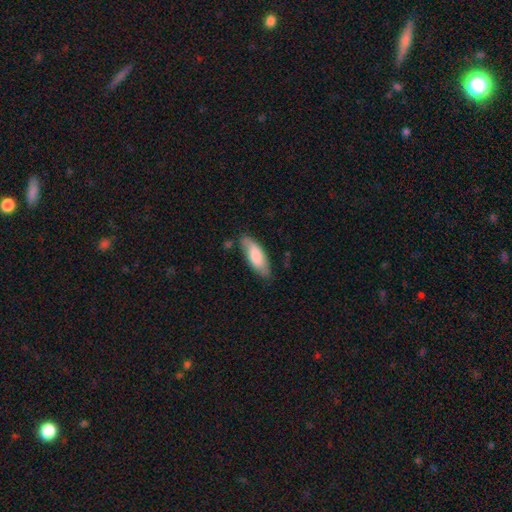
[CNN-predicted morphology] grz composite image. It shows a smooth galaxy with no disk features (78%) that is in between round and cigar-shaped (68%). Merging: none (70%).